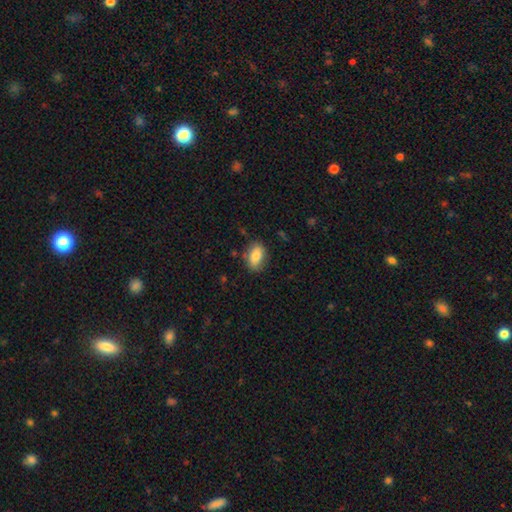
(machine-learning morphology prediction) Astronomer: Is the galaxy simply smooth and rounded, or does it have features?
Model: smooth — 82%.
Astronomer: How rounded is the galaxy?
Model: in between — 88%.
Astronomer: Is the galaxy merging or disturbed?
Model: none — 79%.